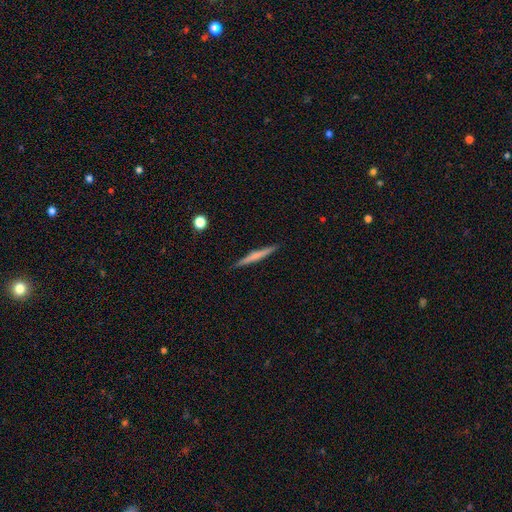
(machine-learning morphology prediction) Smooth or featured? smooth (48%)
Merging? none (91%)